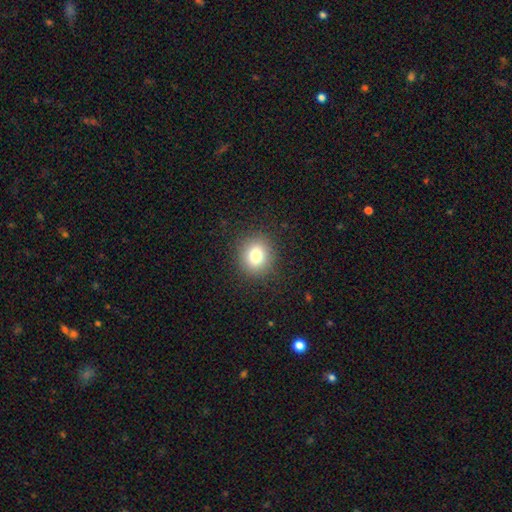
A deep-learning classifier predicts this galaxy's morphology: smooth-or-featured: smooth: 79% | star or artifact: 12% | featured or disk: 9%
  how-rounded: round: 83% | in between: 16% | cigar-shaped: 1%
  merging: none: 89% | minor disturbance: 7% | major disturbance: 3% | merger: 1%